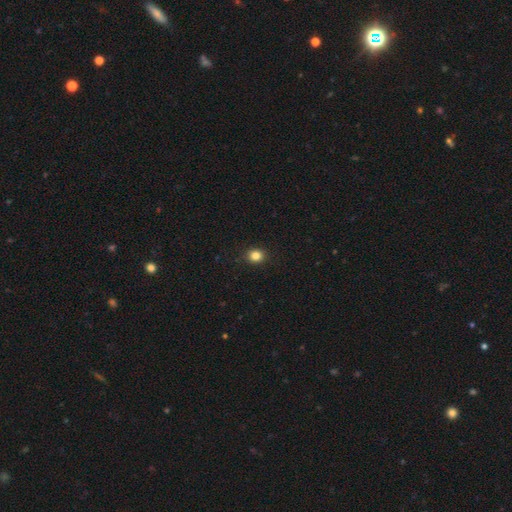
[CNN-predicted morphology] Smooth or featured?
  - smooth: 84% *
  - star or artifact: 12%
  - featured or disk: 4%
How rounded?
  - round: 78% *
  - in between: 21%
  - cigar-shaped: 1%
Merging?
  - none: 91% *
  - minor disturbance: 6%
  - major disturbance: 2%
  - merger: 1%